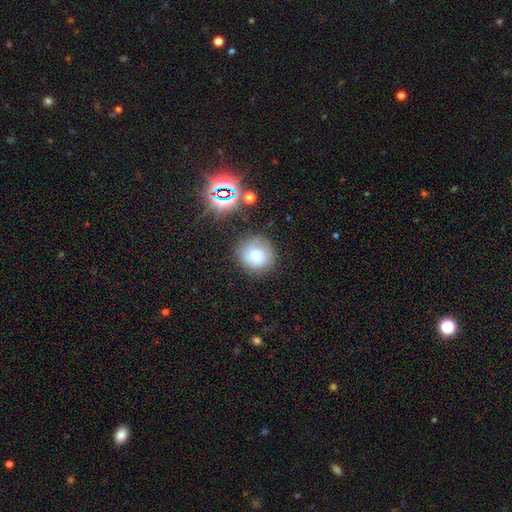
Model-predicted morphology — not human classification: Overall: smooth (68%). How rounded: round (89%). Merging: none (75%).